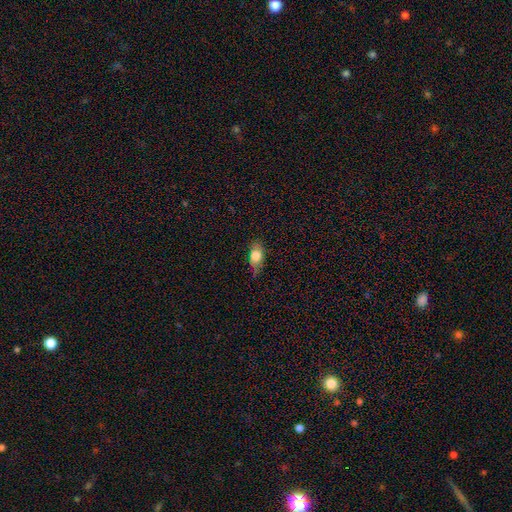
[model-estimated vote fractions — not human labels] Smooth or featured?
  - smooth: 76% *
  - featured or disk: 16%
  - star or artifact: 8%
How rounded?
  - in between: 83% *
  - round: 9%
  - cigar-shaped: 8%
Merging?
  - none: 67% *
  - minor disturbance: 26%
  - major disturbance: 5%
  - merger: 1%